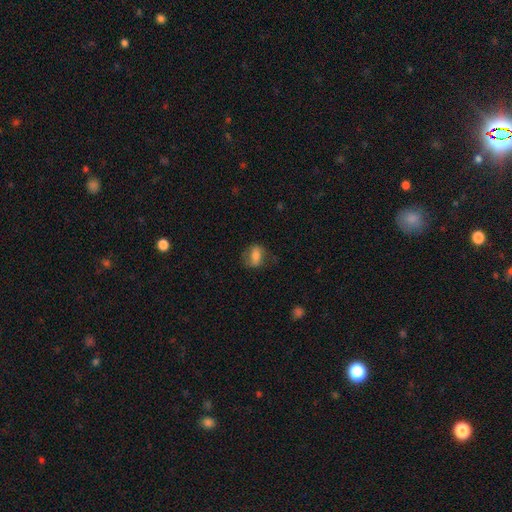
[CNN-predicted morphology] A smooth galaxy with no disk features (64%) that is in between round and cigar-shaped (69%). Merging: none (63%).